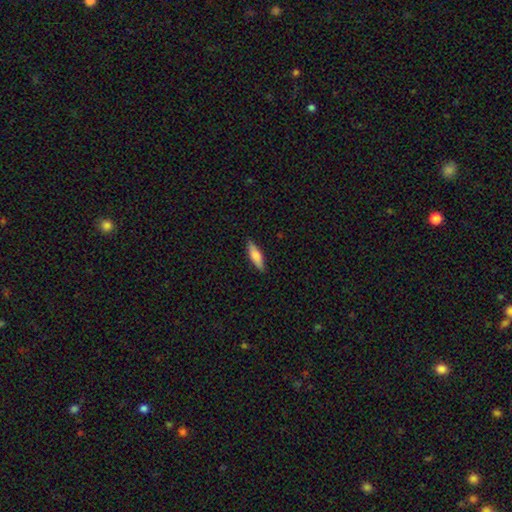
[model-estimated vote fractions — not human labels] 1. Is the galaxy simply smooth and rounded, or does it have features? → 76% smooth, 18% featured or disk, 6% star or artifact.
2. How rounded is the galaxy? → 60% cigar-shaped, 39% in between, 2% round.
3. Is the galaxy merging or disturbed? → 88% none, 9% minor disturbance, 2% major disturbance, 1% merger.